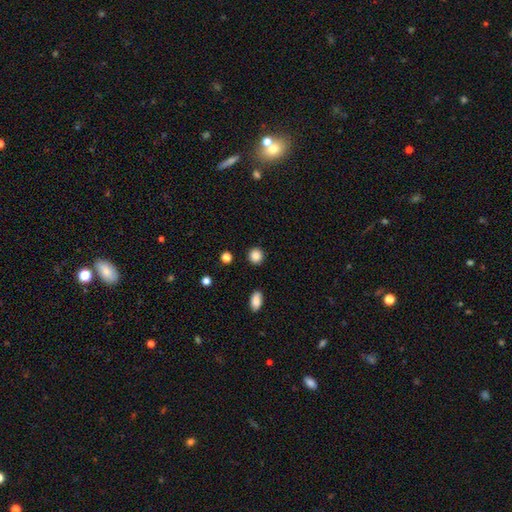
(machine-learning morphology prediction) A smooth galaxy with no disk features (87%) that is round (90%). Merging: none (90%).